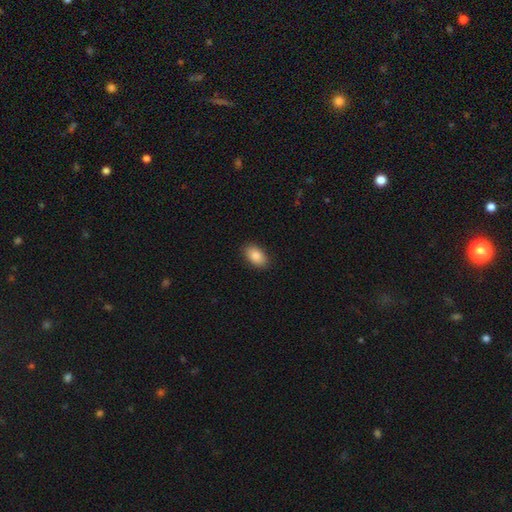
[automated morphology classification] Overall: smooth (86%). How rounded: in between (92%). Merging: none (88%).